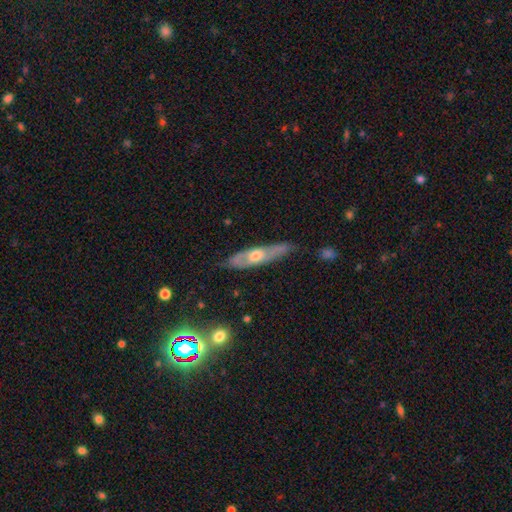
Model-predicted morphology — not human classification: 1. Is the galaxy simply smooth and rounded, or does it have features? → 57% featured or disk, 38% smooth, 5% star or artifact.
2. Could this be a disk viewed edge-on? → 58% yes, 42% no.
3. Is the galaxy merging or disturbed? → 68% none, 25% minor disturbance, 6% major disturbance, 2% merger.